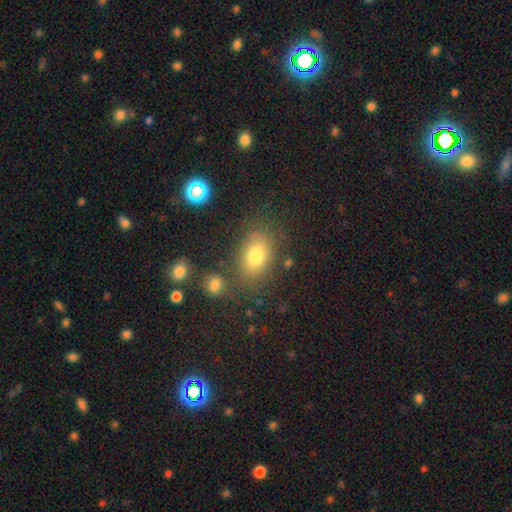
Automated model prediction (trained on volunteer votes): Smooth or featured? Predicted: smooth (p=0.75). How rounded? Predicted: in between (p=0.79). Merging? Predicted: none (p=0.76).